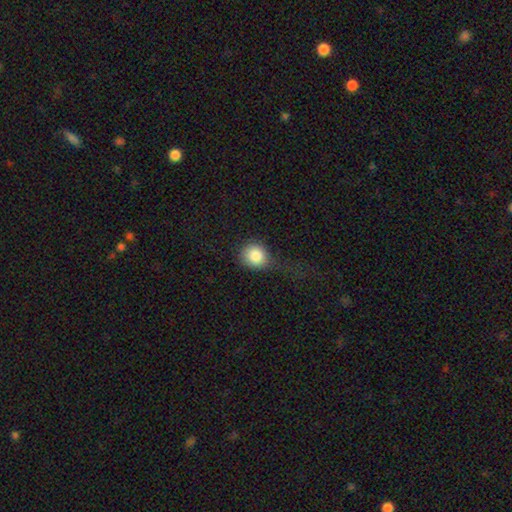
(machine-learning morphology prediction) A smooth galaxy with no disk features (85%) that is round (84%). Merging: none (48%).